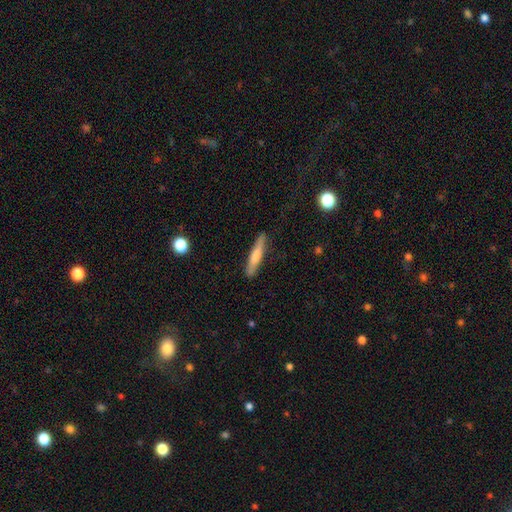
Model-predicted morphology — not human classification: Smooth or featured? smooth (64%)
How rounded? cigar-shaped (92%)
Merging? none (86%)